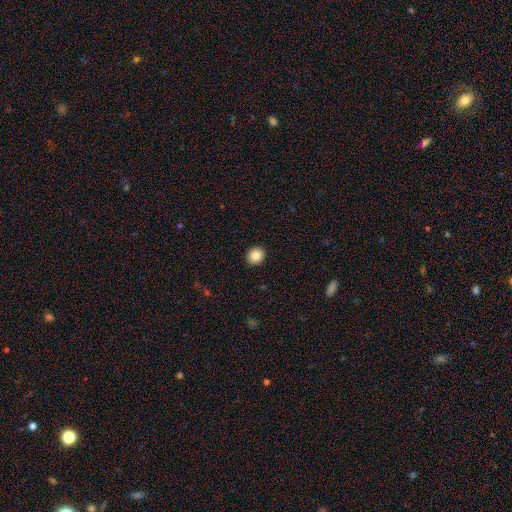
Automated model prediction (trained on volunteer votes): smooth 84%, star or artifact 9%, featured or disk 7%. Down the decision tree: how rounded — round (83%); merging — none (93%).